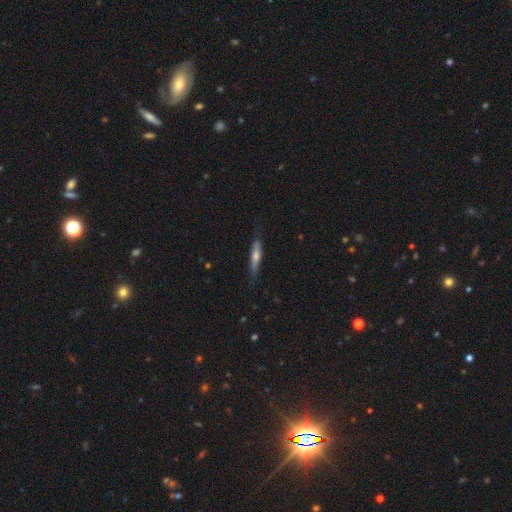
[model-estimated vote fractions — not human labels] Smooth or featured? smooth (49%)
Merging? none (78%)